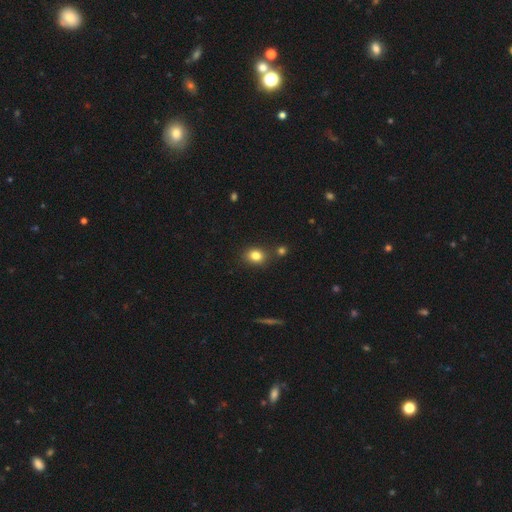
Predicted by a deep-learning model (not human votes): This is clearly a smooth galaxy (81%). How rounded: possibly round (55%). Merging: likely none (80%).